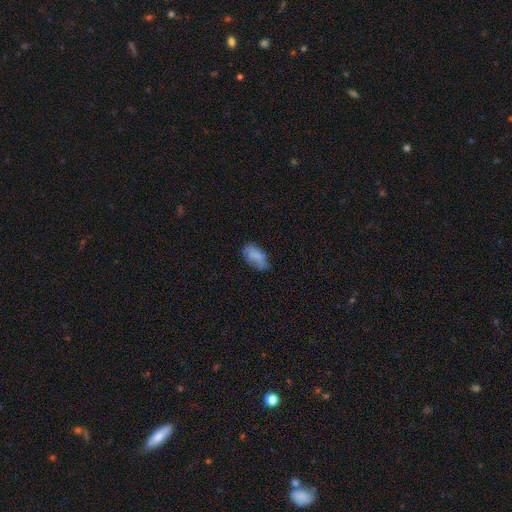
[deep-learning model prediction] smooth 73%, featured or disk 19%, star or artifact 8%. Down the decision tree: how rounded — in between (93%); merging — none (58%).